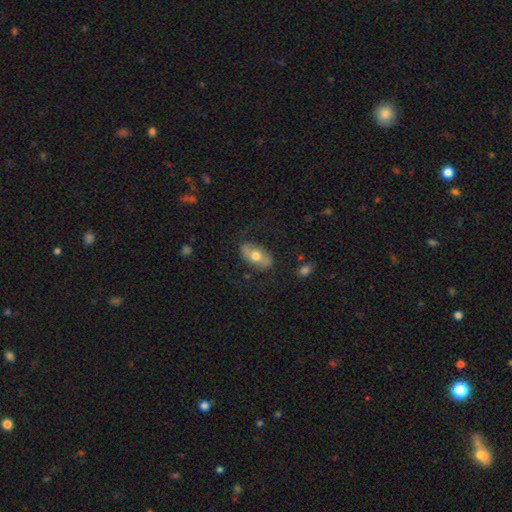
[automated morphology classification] type=smooth (50%); merging=none (72%).